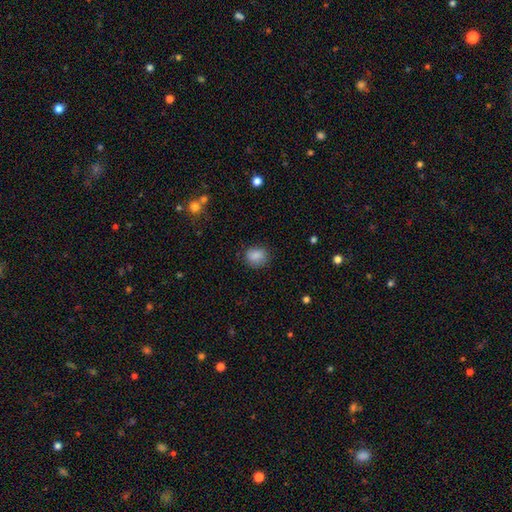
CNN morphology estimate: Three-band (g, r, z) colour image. It shows a smooth galaxy with no disk features (86%) that is round (59%). Merging: none (80%).